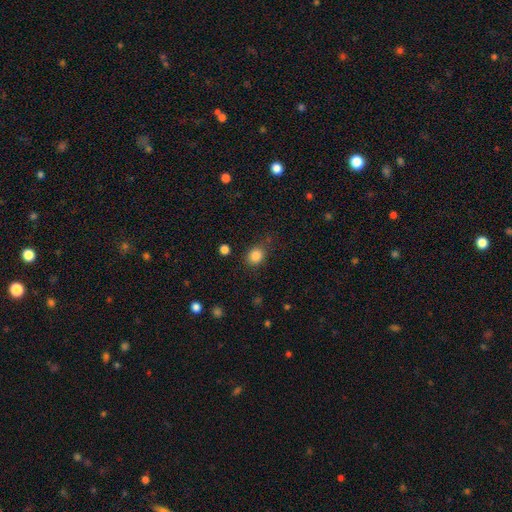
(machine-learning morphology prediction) A smooth galaxy with no disk features (85%) that is round (63%). Merging: none (77%).